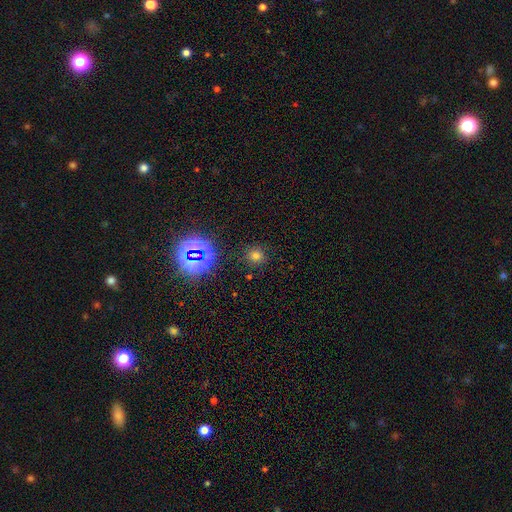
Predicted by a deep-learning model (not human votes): Smooth or featured? Predicted: smooth (p=0.64). How rounded? Predicted: round (p=0.89). Merging? Predicted: none (p=0.87).